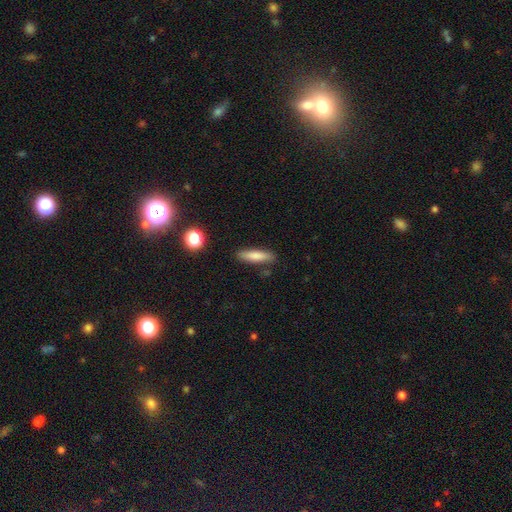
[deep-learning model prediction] A smooth galaxy with no disk features (78%) that is cigar-shaped (74%).

Vote fractions:
- Smooth or featured? smooth: 78% / featured or disk: 14% / star or artifact: 8%
- How rounded? cigar-shaped: 74% / in between: 24% / round: 2%
- Merging? none: 84% / minor disturbance: 11% / merger: 3% / major disturbance: 2%